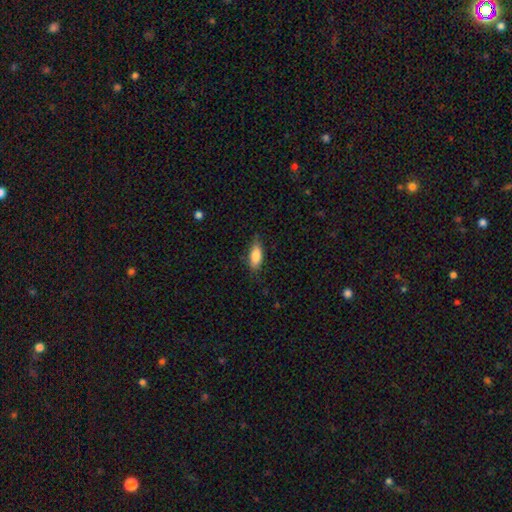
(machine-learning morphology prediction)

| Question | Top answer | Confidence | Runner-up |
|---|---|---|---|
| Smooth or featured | smooth | 82% | featured or disk (12%) |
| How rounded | in between | 78% | cigar-shaped (19%) |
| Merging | none | 76% | minor disturbance (19%) |